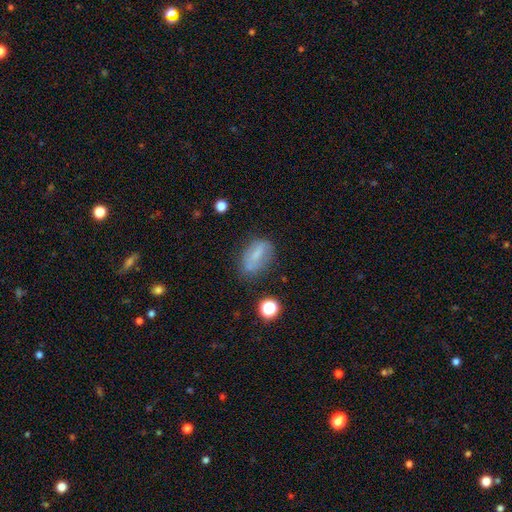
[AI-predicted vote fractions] Smooth or featured? Predicted: smooth (p=0.62). How rounded? Predicted: in between (p=0.81). Merging? Predicted: none (p=0.58).